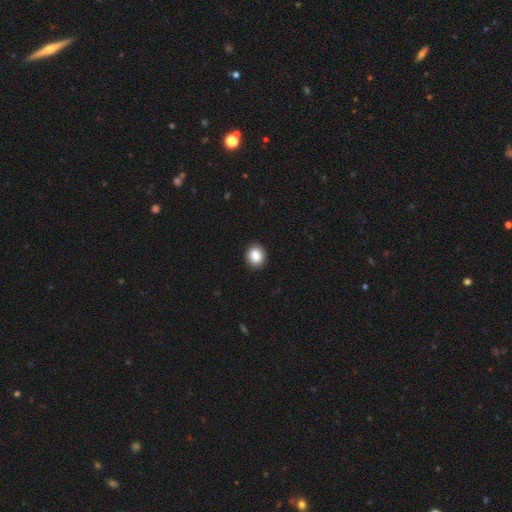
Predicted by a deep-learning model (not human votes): Smooth or featured?
  - smooth: 87% *
  - star or artifact: 8%
  - featured or disk: 5%
How rounded?
  - round: 70% *
  - in between: 30%
  - cigar-shaped: 1%
Merging?
  - none: 90% *
  - minor disturbance: 7%
  - major disturbance: 2%
  - merger: 1%